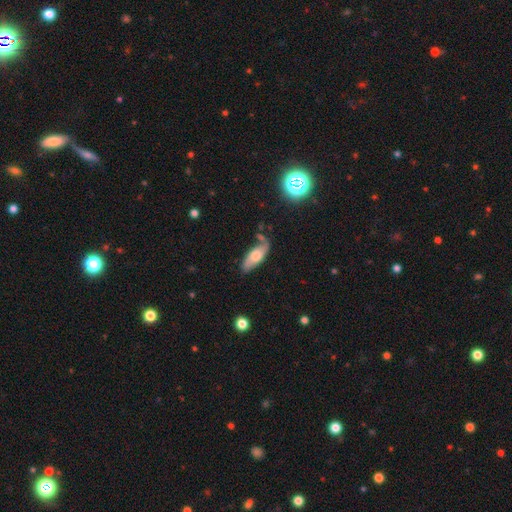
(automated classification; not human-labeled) smooth-or-featured: smooth: 56% | featured or disk: 37% | star or artifact: 7%
  how-rounded: in between: 71% | cigar-shaped: 27% | round: 3%
  merging: none: 69% | minor disturbance: 21% | merger: 5% | major disturbance: 5%